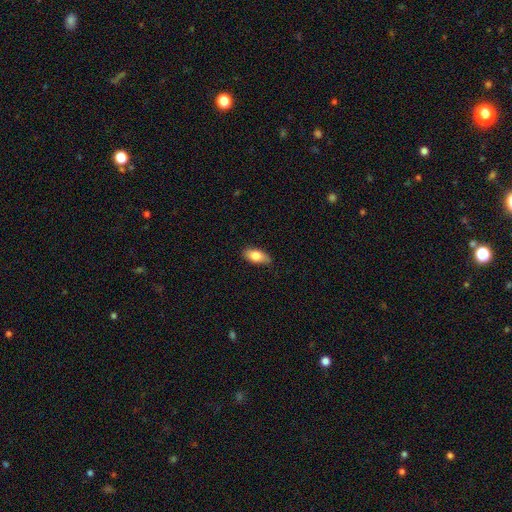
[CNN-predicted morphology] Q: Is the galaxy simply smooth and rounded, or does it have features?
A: smooth — 80%.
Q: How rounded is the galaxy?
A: in between — 89%.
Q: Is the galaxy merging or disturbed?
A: none — 79%.